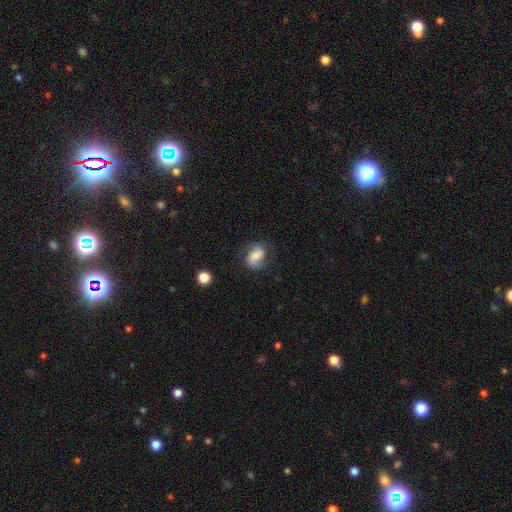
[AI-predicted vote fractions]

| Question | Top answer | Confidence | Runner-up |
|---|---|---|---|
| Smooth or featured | smooth | 46% | featured or disk (45%) |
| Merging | none | 62% | minor disturbance (23%) |